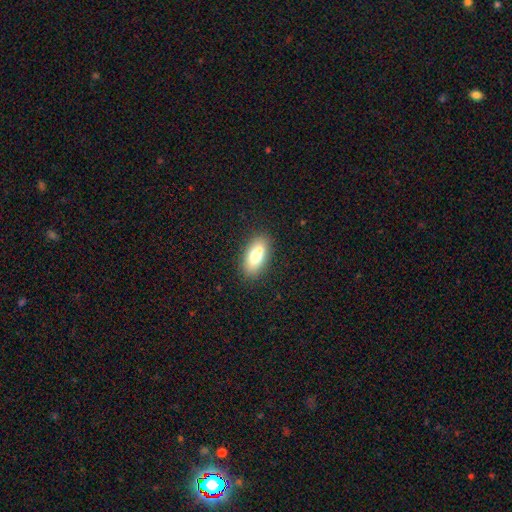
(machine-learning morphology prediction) The model was most divided on "smooth or featured": smooth: 70%, featured or disk: 21%, star or artifact: 9%. More confident: how rounded — in between (87%); merging — none (74%).